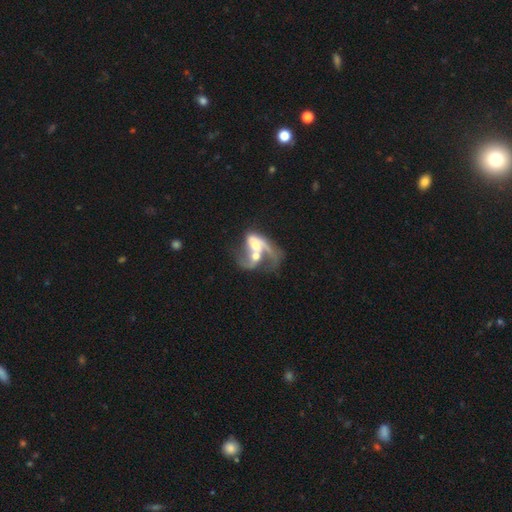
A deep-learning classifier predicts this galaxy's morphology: This is likely a featured or disk galaxy (72%). It is clearly not viewed edge-on (96%). Bar: likely no (60%). Spiral arm pattern: likely yes (75%). Spiral arm count: possibly 2 (53%). Spiral winding: likely loose (63%). Central bulge: likely moderate (60%). Merging: likely merger (76%).